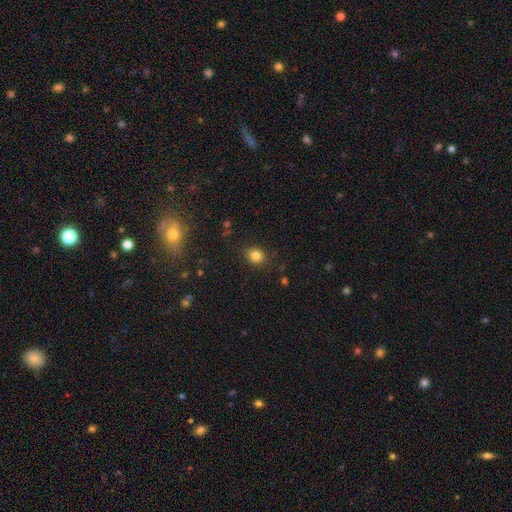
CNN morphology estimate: smooth 83%, star or artifact 12%, featured or disk 5%. Down the decision tree: how rounded — round (68%); merging — none (86%).